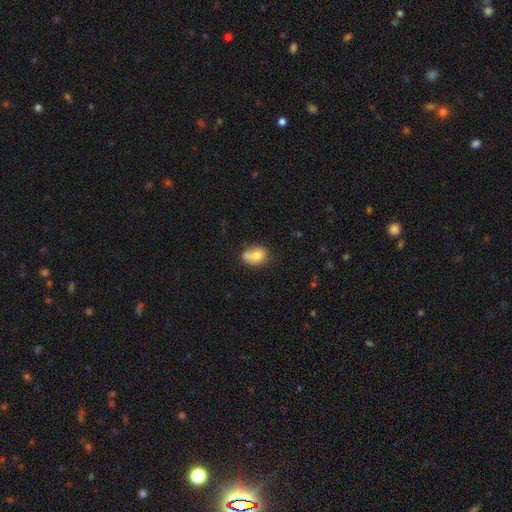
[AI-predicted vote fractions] A smooth galaxy with no disk features (75%) that is in between round and cigar-shaped (69%).

Vote fractions:
- Smooth or featured? smooth: 75% / featured or disk: 16% / star or artifact: 9%
- How rounded? in between: 69% / round: 30% / cigar-shaped: 1%
- Merging? none: 45% / minor disturbance: 27% / merger: 18% / major disturbance: 10%